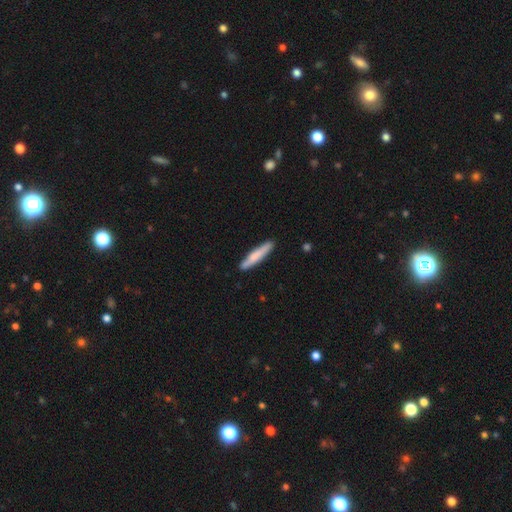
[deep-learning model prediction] smooth_or_featured: smooth (p=0.70) [alt: featured or disk p=0.25]
how_rounded: cigar-shaped (p=0.92) [alt: in between p=0.07]
merging: none (p=0.88) [alt: minor disturbance p=0.09]